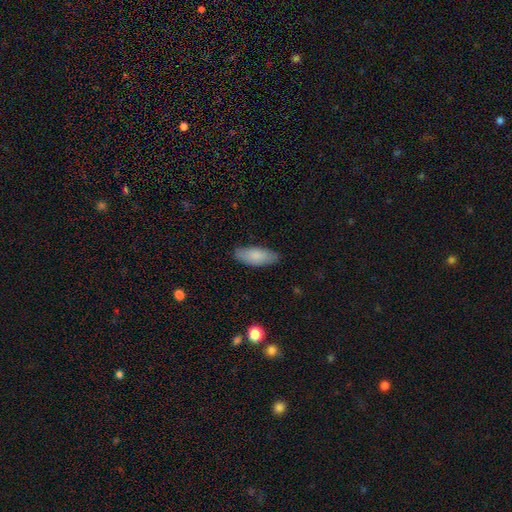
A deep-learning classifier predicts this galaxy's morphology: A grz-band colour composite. It shows a smooth galaxy with no disk features (85%) that is in between round and cigar-shaped (75%). Merging: none (85%).